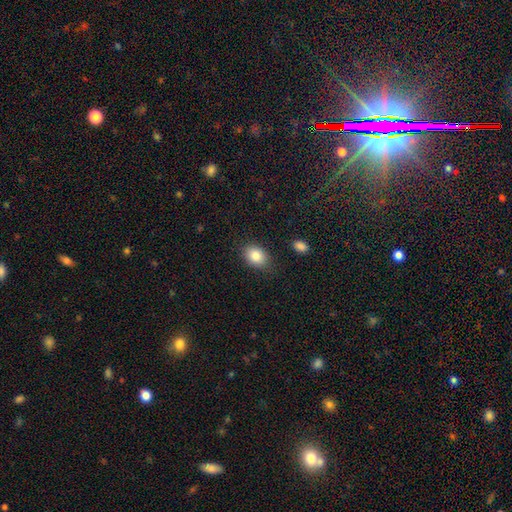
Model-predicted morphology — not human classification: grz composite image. It shows a smooth galaxy with no disk features (85%) that is in between round and cigar-shaped (75%). Merging: none (83%).